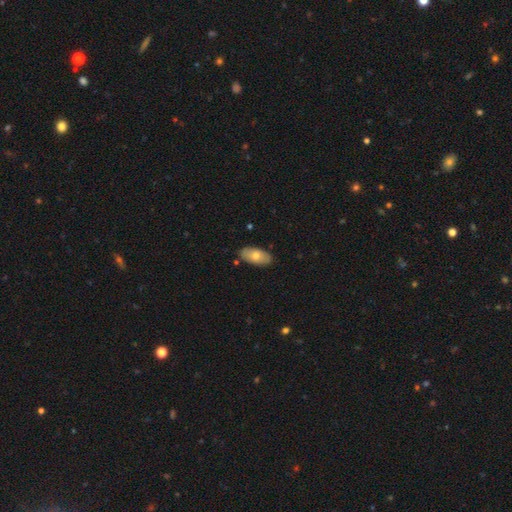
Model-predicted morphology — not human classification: This appears to be a smooth galaxy with no disk features (71%) that is in between round and cigar-shaped (93%). Merging: none (84%).